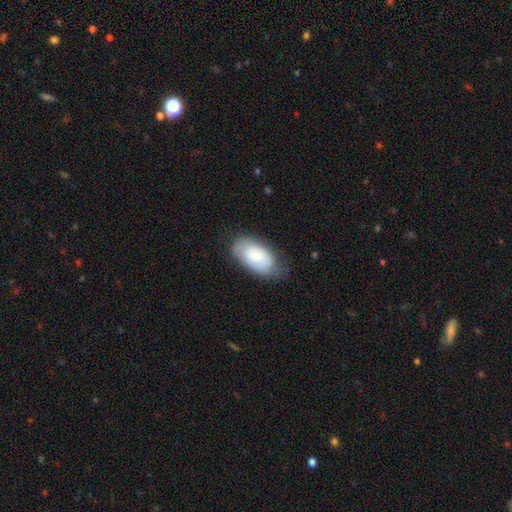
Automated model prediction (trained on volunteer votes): Smooth or featured?
  - smooth: 73% *
  - featured or disk: 20%
  - star or artifact: 7%
How rounded?
  - in between: 95% *
  - round: 3%
  - cigar-shaped: 2%
Merging?
  - none: 72% *
  - minor disturbance: 21%
  - major disturbance: 6%
  - merger: 1%